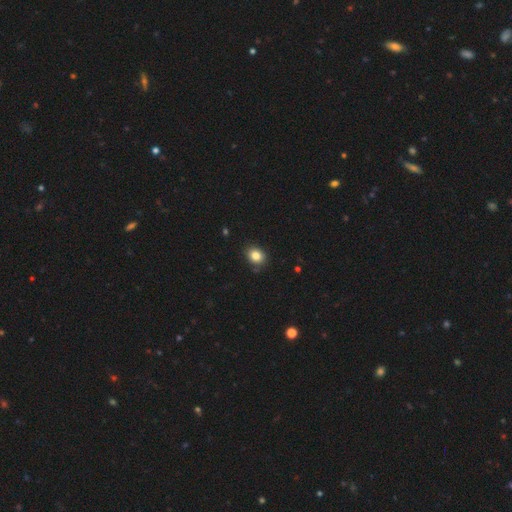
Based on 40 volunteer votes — This is clearly a smooth galaxy (82%). How rounded: likely round (64%). Merging: clearly none (86%).